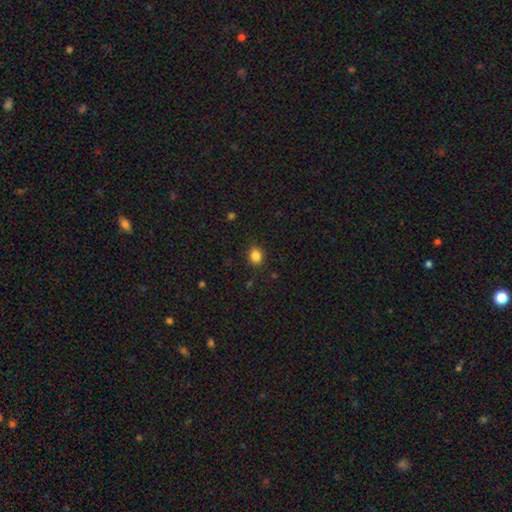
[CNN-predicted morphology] This appears to be a smooth galaxy with no disk features (84%) that is round (59%). Merging: none (87%).